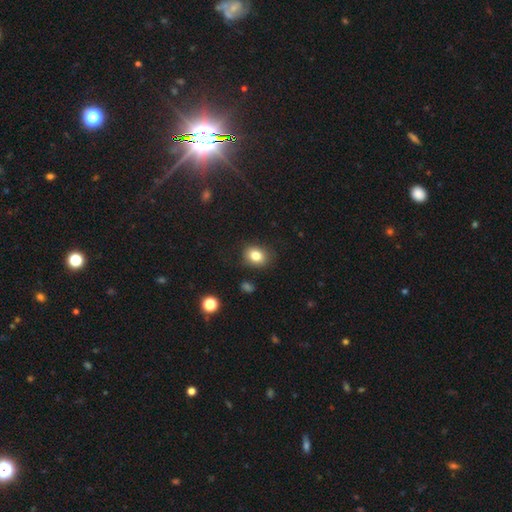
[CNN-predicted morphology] Overall: smooth (82%). How rounded: in between (52%; round 47%). Merging: none (85%).